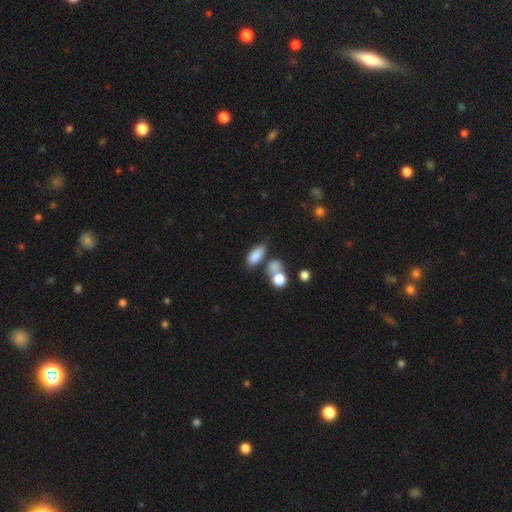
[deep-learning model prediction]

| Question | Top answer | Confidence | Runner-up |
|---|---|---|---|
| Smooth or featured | smooth | 83% | star or artifact (9%) |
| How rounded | in between | 84% | cigar-shaped (9%) |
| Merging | none | 60% | merger (19%) |